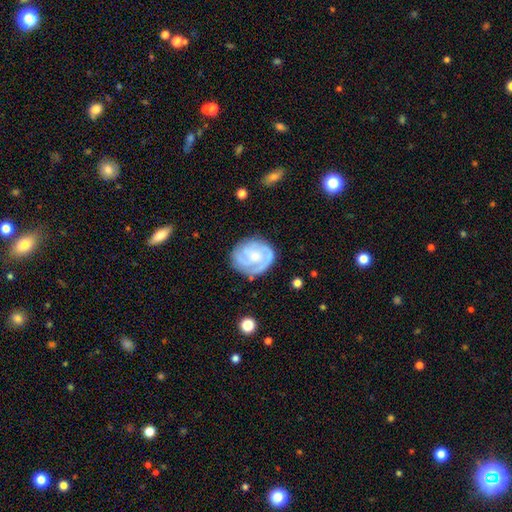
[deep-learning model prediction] Smooth or featured? featured or disk (79%)
Edge-on disk? no (98%)
Bar? no (68%)
Spiral arms? yes (94%)
Spiral winding? tight (62%)
Spiral arm count? 3 (33%)
Bulge size? small (55%)
Merging? none (74%)